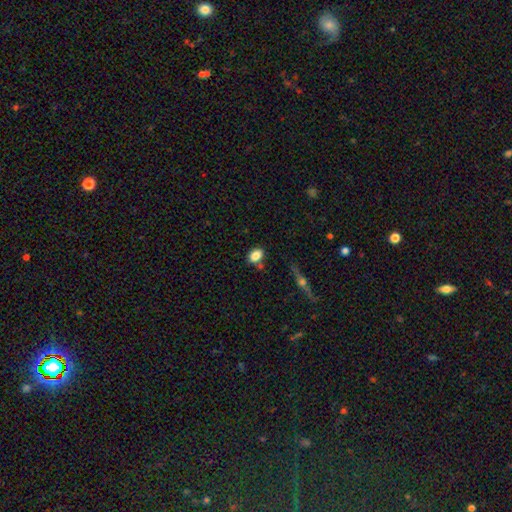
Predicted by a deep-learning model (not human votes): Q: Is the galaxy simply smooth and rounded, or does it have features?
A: smooth — 83%.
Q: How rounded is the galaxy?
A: in between — 82%.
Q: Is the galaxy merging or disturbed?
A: none — 74%.